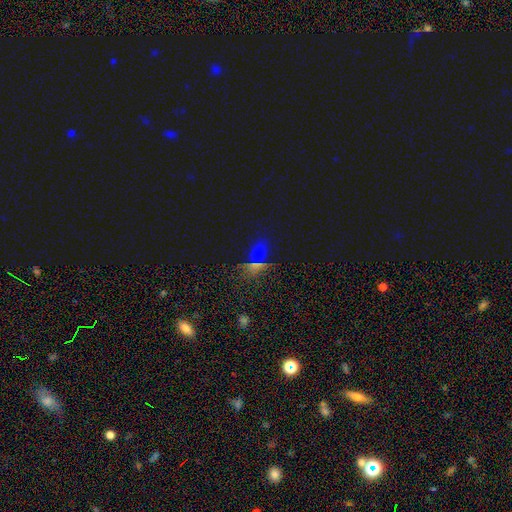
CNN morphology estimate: Overall: smooth (49%; star or artifact 44%). Merging: none (76%).